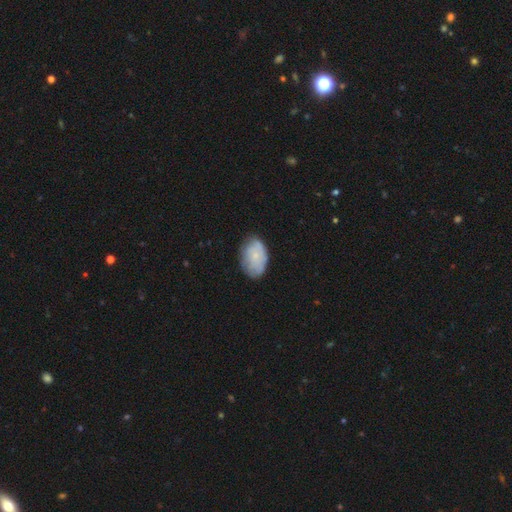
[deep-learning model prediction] Smooth or featured?
  - smooth: 60% *
  - featured or disk: 33%
  - star or artifact: 7%
How rounded?
  - in between: 87% *
  - round: 12%
  - cigar-shaped: 1%
Merging?
  - none: 71% *
  - minor disturbance: 22%
  - major disturbance: 6%
  - merger: 1%